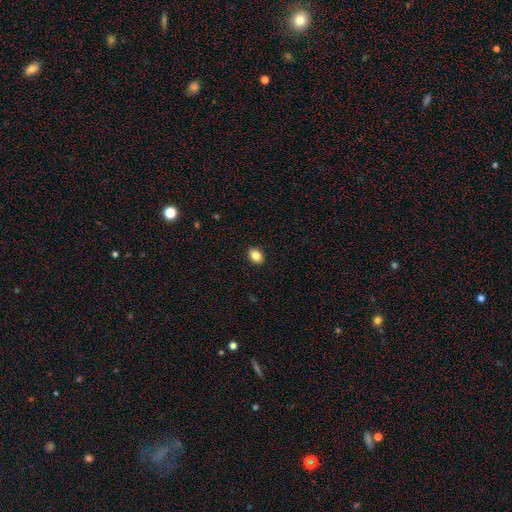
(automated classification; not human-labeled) smooth 85%, star or artifact 9%, featured or disk 7%. Down the decision tree: how rounded — in between (71%); merging — none (90%).